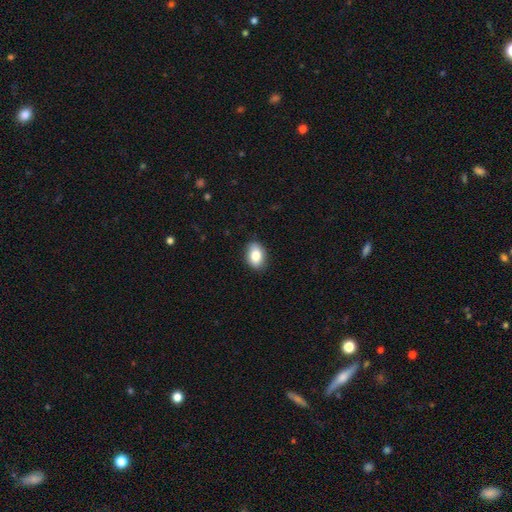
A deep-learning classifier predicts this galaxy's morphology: type=smooth (83%); roundness=in between (84%); merging=none (89%).